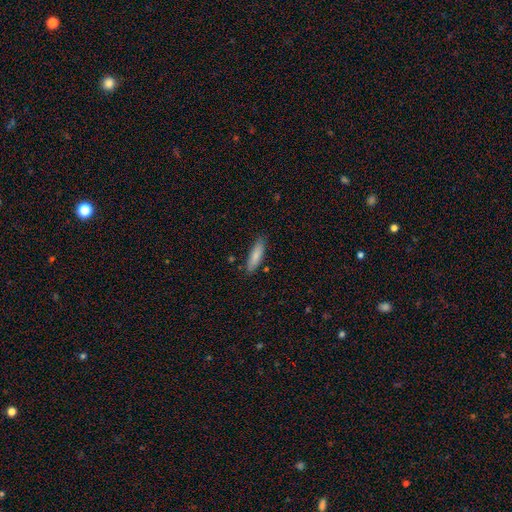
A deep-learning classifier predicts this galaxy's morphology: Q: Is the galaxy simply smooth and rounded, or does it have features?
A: smooth — 81%.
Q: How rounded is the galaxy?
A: cigar-shaped — 55%.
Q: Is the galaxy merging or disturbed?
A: none — 84%.